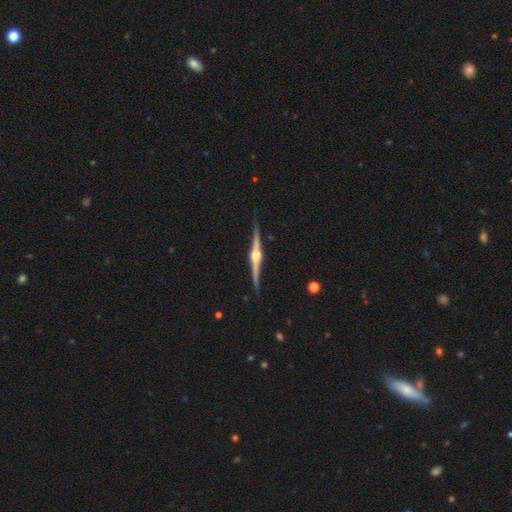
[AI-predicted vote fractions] A featured or disk galaxy (89%) viewed edge-on (99%) with a rounded central bulge (95%). Merging: none (89%).